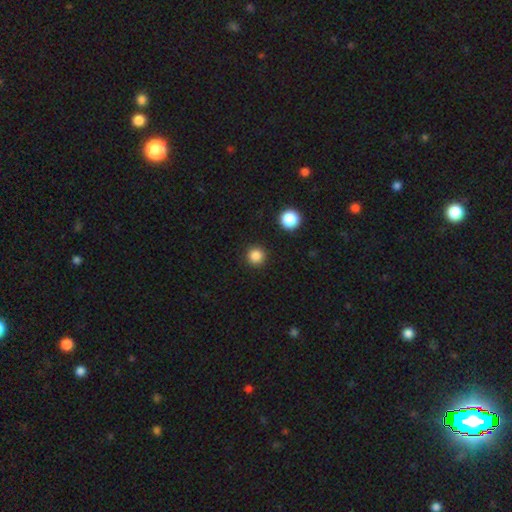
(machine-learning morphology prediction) A smooth galaxy with no disk features (84%) that is round (96%). Merging: none (91%).